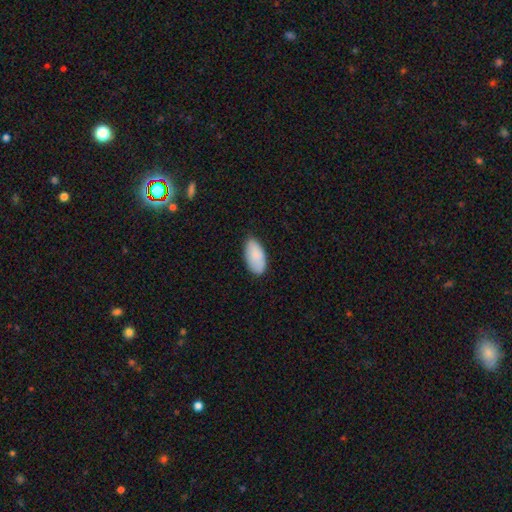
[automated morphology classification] Overall: smooth (87%). How rounded: in between (95%). Merging: none (79%).